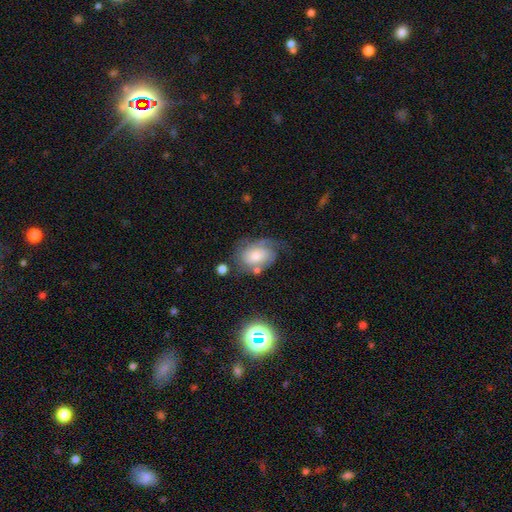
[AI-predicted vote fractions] Smooth or featured? featured or disk (59%)
Edge-on disk? no (96%)
Bar? no (72%)
Spiral arms? yes (86%)
Bulge size? moderate (44%)
Merging? none (48%)